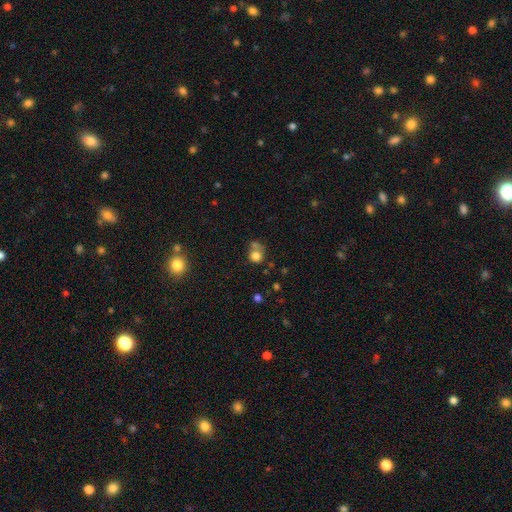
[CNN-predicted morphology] This appears to be a smooth galaxy with no disk features (76%) that is round (78%). Merging: none (42%).